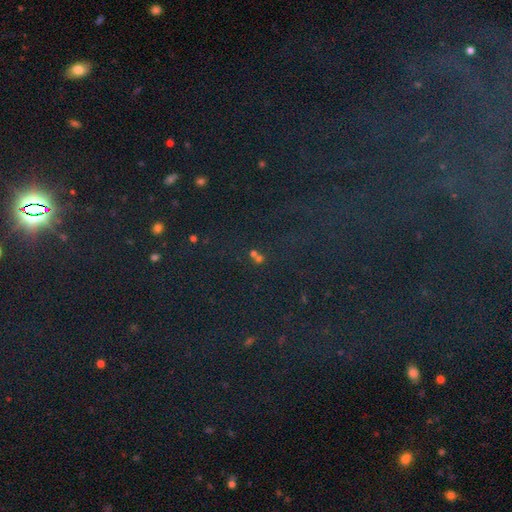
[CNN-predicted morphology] This is likely a star or artifact rather than a galaxy (80%).